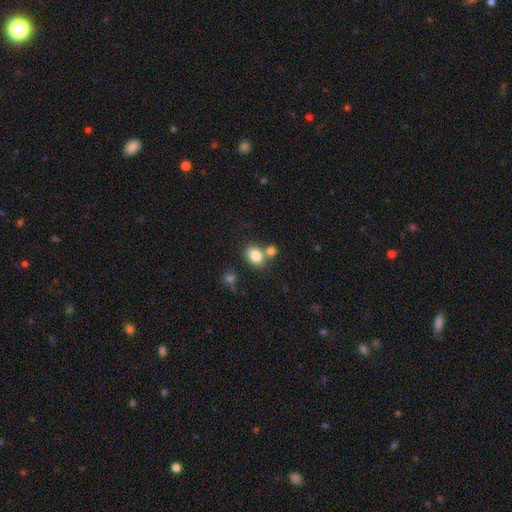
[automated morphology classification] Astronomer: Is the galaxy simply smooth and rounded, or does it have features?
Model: smooth — 82%.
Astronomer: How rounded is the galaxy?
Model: in between — 58% (runner-up: round, 41%).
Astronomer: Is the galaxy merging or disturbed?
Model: none — 55% (runner-up: merger, 30%).